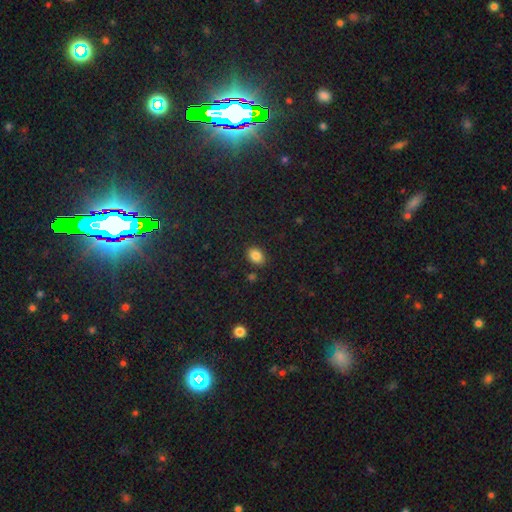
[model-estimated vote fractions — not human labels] A smooth galaxy with no disk features (85%) that is in between round and cigar-shaped (74%).

Vote fractions:
- Smooth or featured? smooth: 85% / star or artifact: 10% / featured or disk: 5%
- How rounded? in between: 74% / round: 25% / cigar-shaped: 1%
- Merging? none: 86% / minor disturbance: 9% / merger: 2% / major disturbance: 2%